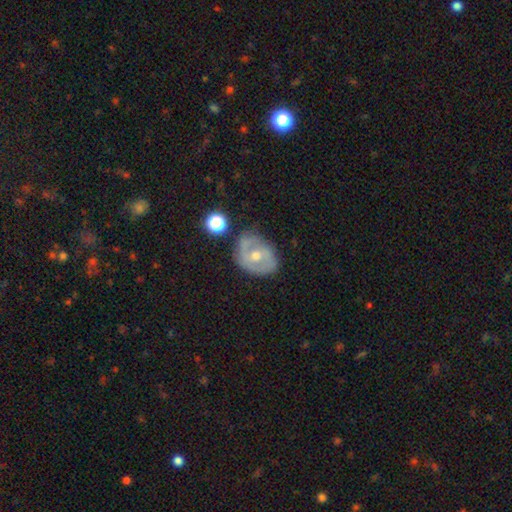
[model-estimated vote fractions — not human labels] featured or disk 65%, smooth 26%, star or artifact 9%. Down the decision tree: edge-on disk — no (95%); bar — no (50%); spiral arms — yes (63%); bulge size — moderate (62%); merging — none (65%).